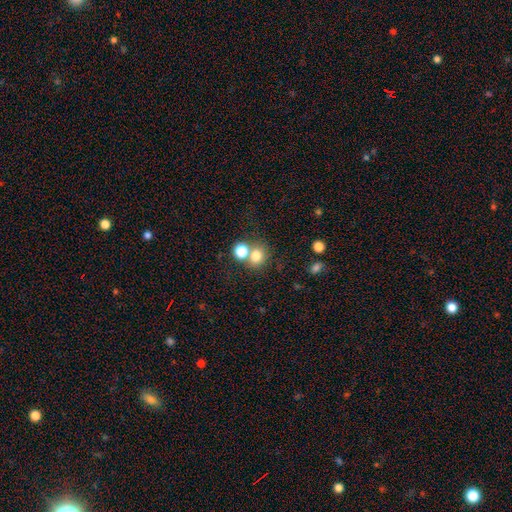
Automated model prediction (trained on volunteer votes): The model was most divided on "merging": none: 52%, merger: 36%, minor disturbance: 8%, major disturbance: 4%. More confident: smooth or featured — smooth (77%); how rounded — round (76%).